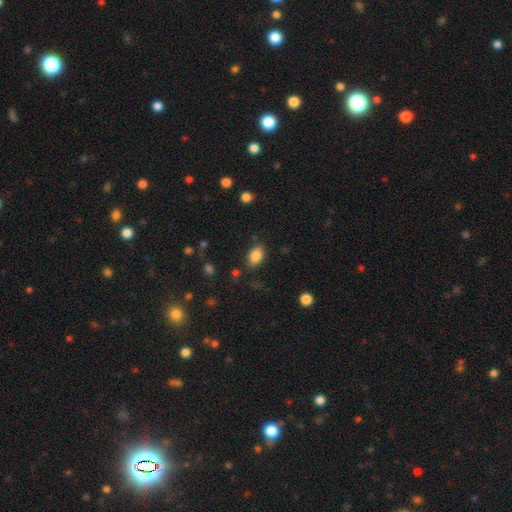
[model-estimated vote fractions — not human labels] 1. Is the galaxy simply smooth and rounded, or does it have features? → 86% smooth, 8% star or artifact, 6% featured or disk.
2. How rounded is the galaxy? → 88% in between, 11% round, 2% cigar-shaped.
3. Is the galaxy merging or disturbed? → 81% none, 13% minor disturbance, 4% major disturbance, 2% merger.